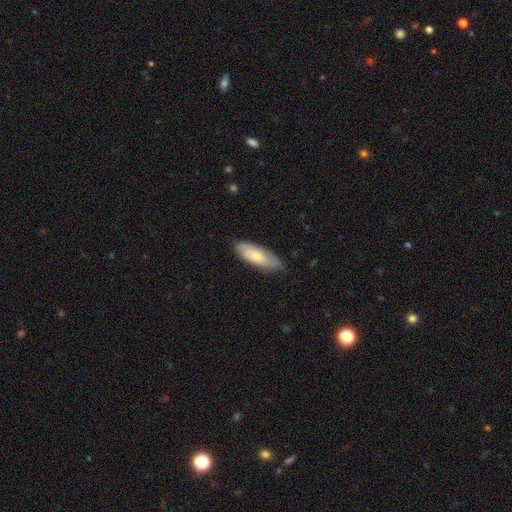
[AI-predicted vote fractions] Smooth or featured?
  - smooth: 62% *
  - featured or disk: 32%
  - star or artifact: 6%
How rounded?
  - in between: 71% *
  - cigar-shaped: 27%
  - round: 2%
Merging?
  - none: 70% *
  - minor disturbance: 24%
  - major disturbance: 4%
  - merger: 1%